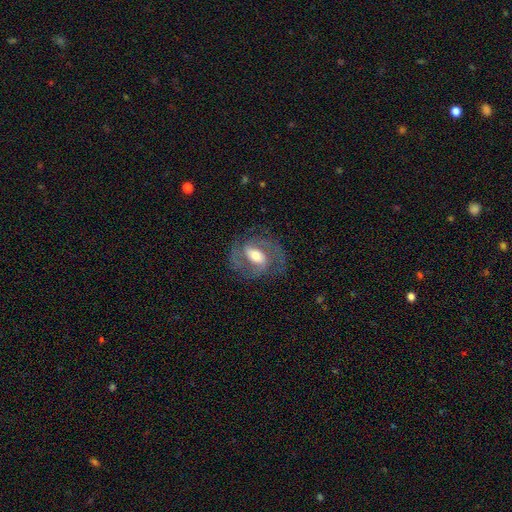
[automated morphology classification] This is clearly a featured or disk galaxy (82%). It is clearly not viewed edge-on (97%). Bar: marginally weak (44%). Spiral arm pattern: clearly yes (93%). Spiral arm count: clearly 2 (82%). Spiral winding: possibly medium (53%). Central bulge: likely moderate (60%). Merging: likely none (73%).